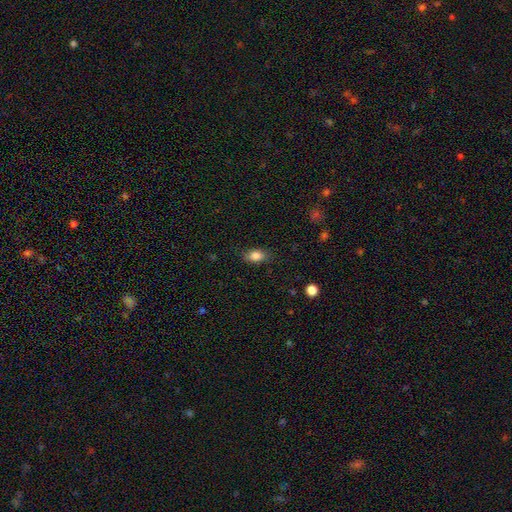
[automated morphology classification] Smooth or featured?
  - smooth: 84% *
  - star or artifact: 9%
  - featured or disk: 7%
How rounded?
  - in between: 84% *
  - round: 12%
  - cigar-shaped: 4%
Merging?
  - none: 81% *
  - minor disturbance: 15%
  - major disturbance: 4%
  - merger: 1%